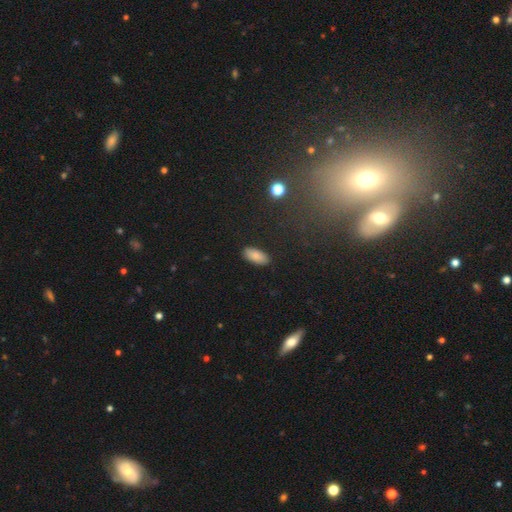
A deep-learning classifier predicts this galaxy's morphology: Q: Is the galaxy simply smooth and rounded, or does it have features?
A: smooth — 87%.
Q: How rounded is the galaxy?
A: in between — 89%.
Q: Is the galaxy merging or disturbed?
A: none — 89%.